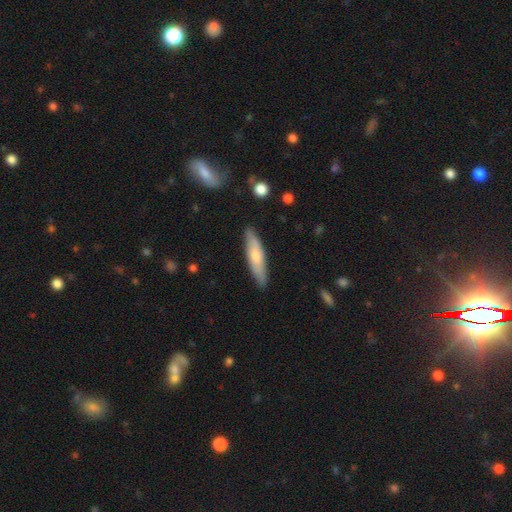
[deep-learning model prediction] Q: Smooth or featured?
A: smooth (62%); runner-up: featured or disk (33%)
Q: How rounded?
A: cigar-shaped (75%); runner-up: in between (24%)
Q: Merging?
A: none (86%); runner-up: minor disturbance (11%)